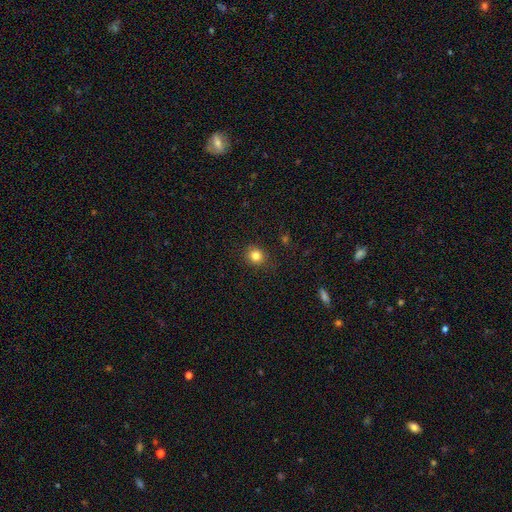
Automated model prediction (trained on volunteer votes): A smooth galaxy with no disk features (82%) that is round (86%). Merging: none (87%).